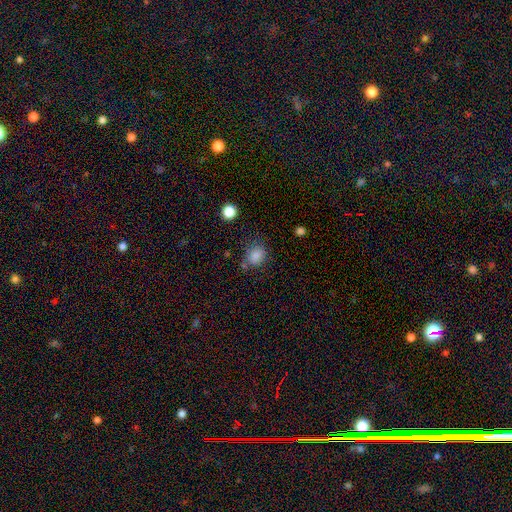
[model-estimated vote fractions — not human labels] This appears to be a smooth galaxy with no disk features (83%) that is in between round and cigar-shaped (53%). Merging: none (66%).